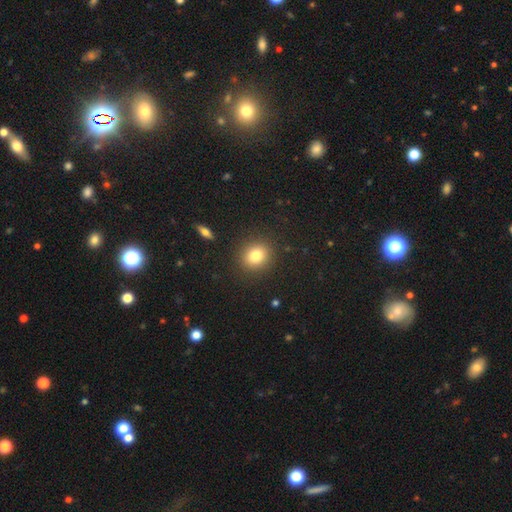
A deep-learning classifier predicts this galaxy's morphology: Smooth or featured: smooth — 80% (star or artifact — 11%)
How rounded: round — 74% (in between — 25%)
Merging: none — 89% (minor disturbance — 7%)